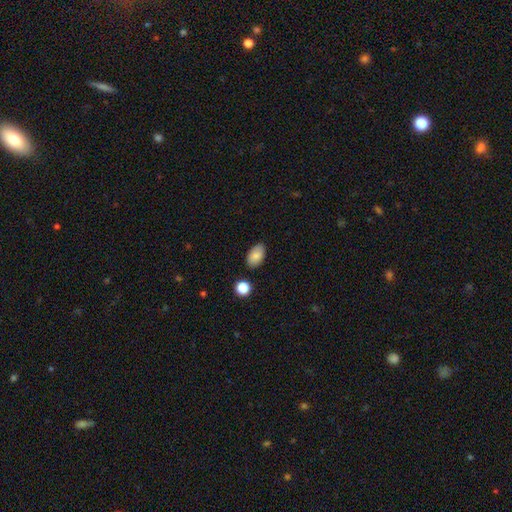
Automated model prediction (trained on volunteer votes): smooth_or_featured: smooth (p=0.83) [alt: featured or disk p=0.09]
how_rounded: in between (p=0.92) [alt: round p=0.06]
merging: none (p=0.84) [alt: minor disturbance p=0.11]